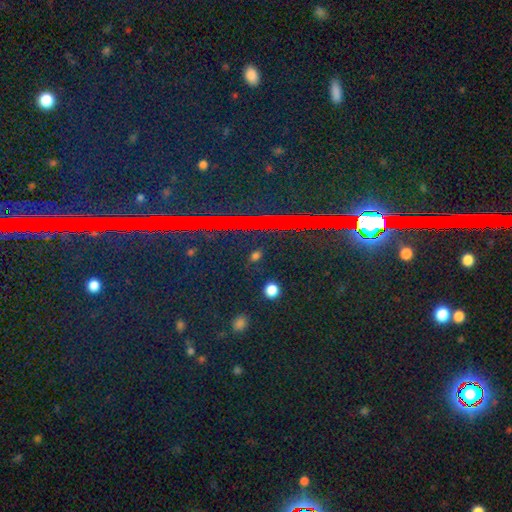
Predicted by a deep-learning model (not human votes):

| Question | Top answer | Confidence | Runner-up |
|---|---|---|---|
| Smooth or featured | star or artifact | 71% | smooth (21%) |